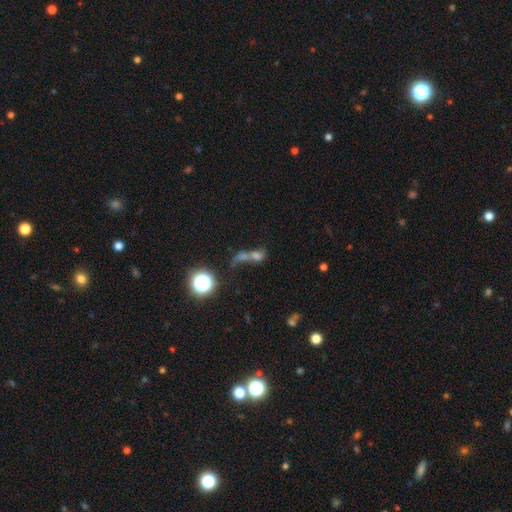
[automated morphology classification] Overall: smooth (54%; star or artifact 24%). How rounded: in between (52%; round 39%). Merging: merger (62%).